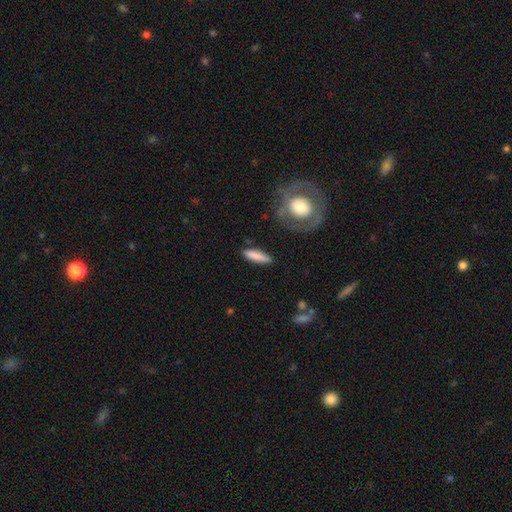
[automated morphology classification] Q: Smooth or featured?
A: smooth (83%); runner-up: featured or disk (12%)
Q: How rounded?
A: cigar-shaped (75%); runner-up: in between (23%)
Q: Merging?
A: none (86%); runner-up: minor disturbance (9%)